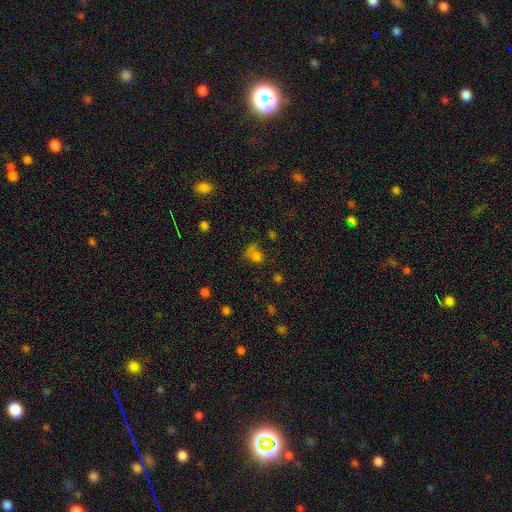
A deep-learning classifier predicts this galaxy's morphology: A smooth galaxy with no disk features (68%) that is round (61%).

Vote fractions:
- Smooth or featured? smooth: 68% / star or artifact: 22% / featured or disk: 10%
- How rounded? round: 61% / in between: 37% / cigar-shaped: 2%
- Merging? none: 44% / minor disturbance: 21% / major disturbance: 18% / merger: 17%